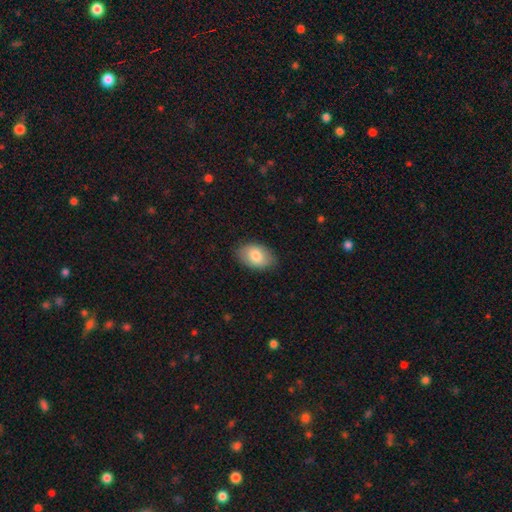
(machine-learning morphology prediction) Smooth or featured: smooth — 81% (featured or disk — 13%)
How rounded: in between — 90% (round — 9%)
Merging: none — 84% (minor disturbance — 12%)